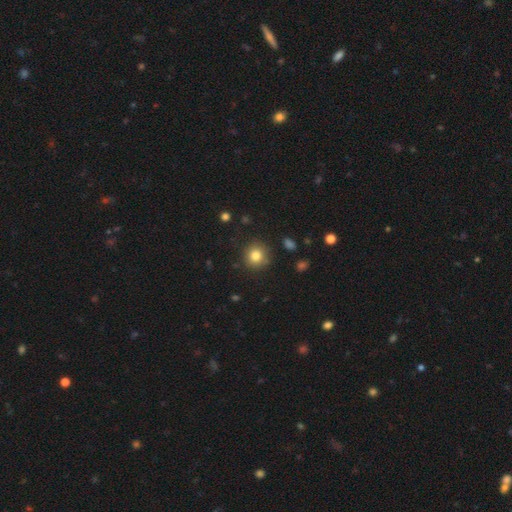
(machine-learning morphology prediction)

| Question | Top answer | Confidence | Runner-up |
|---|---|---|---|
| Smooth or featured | smooth | 82% | star or artifact (11%) |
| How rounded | round | 91% | in between (8%) |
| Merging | none | 87% | minor disturbance (8%) |